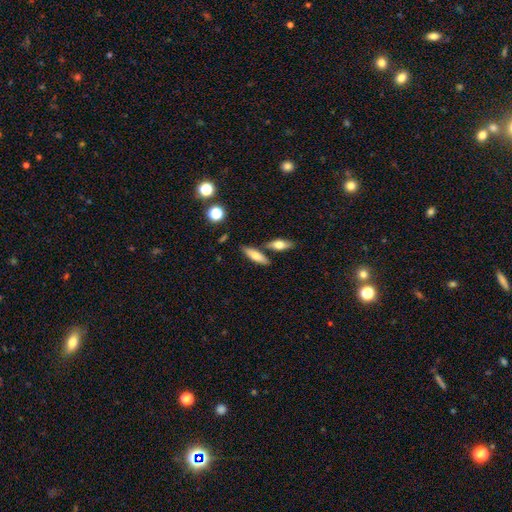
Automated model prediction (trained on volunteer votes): Smooth or featured?
  - smooth: 68% *
  - featured or disk: 25%
  - star or artifact: 7%
How rounded?
  - in between: 50% *
  - cigar-shaped: 47%
  - round: 3%
Merging?
  - none: 72% *
  - merger: 14%
  - minor disturbance: 11%
  - major disturbance: 3%